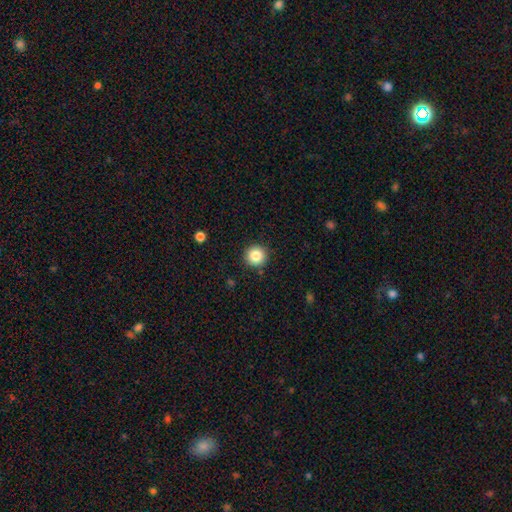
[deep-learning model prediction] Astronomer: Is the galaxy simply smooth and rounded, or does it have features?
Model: smooth — 84%.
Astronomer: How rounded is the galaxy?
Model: round — 95%.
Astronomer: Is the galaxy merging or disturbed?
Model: none — 90%.